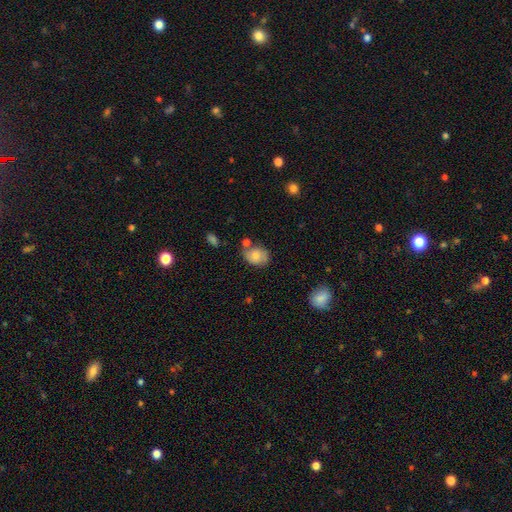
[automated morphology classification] smooth 68%, featured or disk 24%, star or artifact 8%. Down the decision tree: how rounded — in between (63%); merging — none (59%).